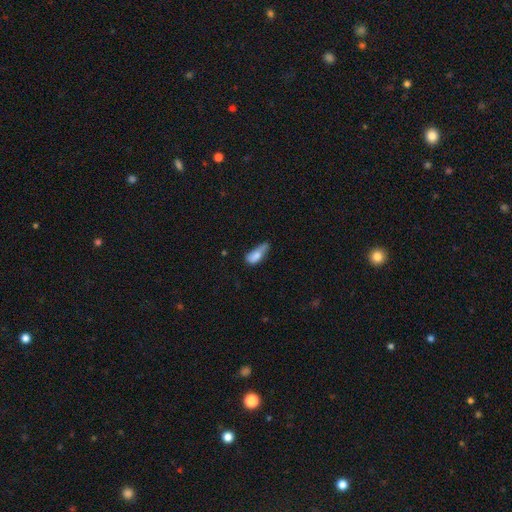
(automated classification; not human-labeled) The model was most divided on "merging": minor disturbance: 41%, none: 29%, major disturbance: 23%, merger: 7%. More confident: how rounded — in between (78%); smooth or featured — smooth (74%).